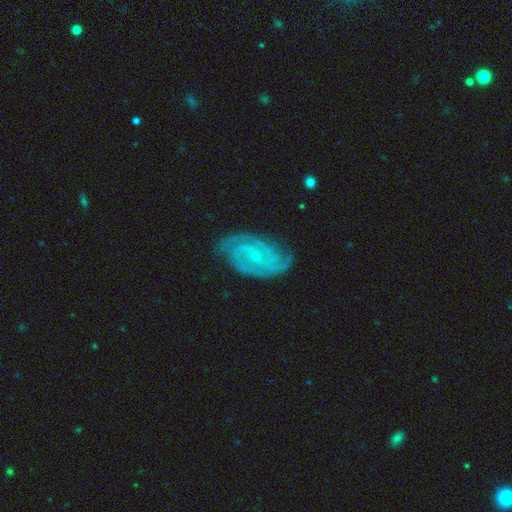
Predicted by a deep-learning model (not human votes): Smooth or featured?
  - featured or disk: 87% *
  - star or artifact: 7%
  - smooth: 6%
Edge-on disk?
  - no: 97% *
  - yes: 3%
Bar?
  - no: 55% *
  - weak: 36%
  - strong: 9%
Spiral arms?
  - yes: 98% *
  - no: 2%
Spiral winding?
  - tight: 65% *
  - medium: 29%
  - loose: 6%
Spiral arm count?
  - 2: 44% *
  - 3: 20%
  - can't tell: 16%
  - 4: 9%
  - more than 4: 6%
  - 1: 6%
Bulge size?
  - small: 82% *
  - moderate: 12%
  - none: 4%
  - large: 1%
  - dominant: 1%
Merging?
  - none: 79% *
  - minor disturbance: 16%
  - major disturbance: 4%
  - merger: 1%